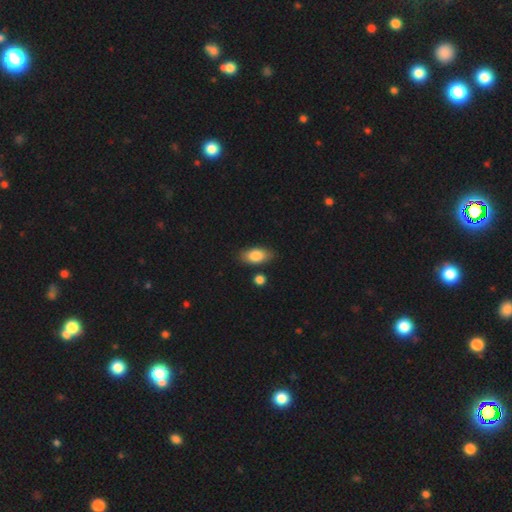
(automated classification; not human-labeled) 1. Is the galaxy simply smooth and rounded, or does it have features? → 83% smooth, 10% featured or disk, 7% star or artifact.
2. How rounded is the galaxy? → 88% in between, 6% cigar-shaped, 6% round.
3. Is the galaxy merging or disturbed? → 80% none, 13% minor disturbance, 4% merger, 3% major disturbance.